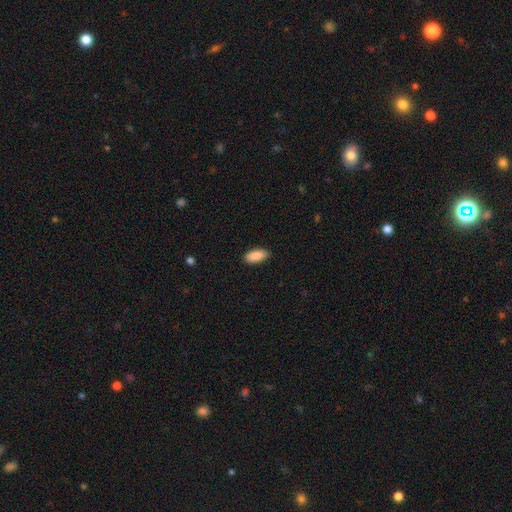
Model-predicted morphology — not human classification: Smooth or featured? Predicted: smooth (p=0.90). How rounded? Predicted: in between (p=0.88). Merging? Predicted: none (p=0.89).